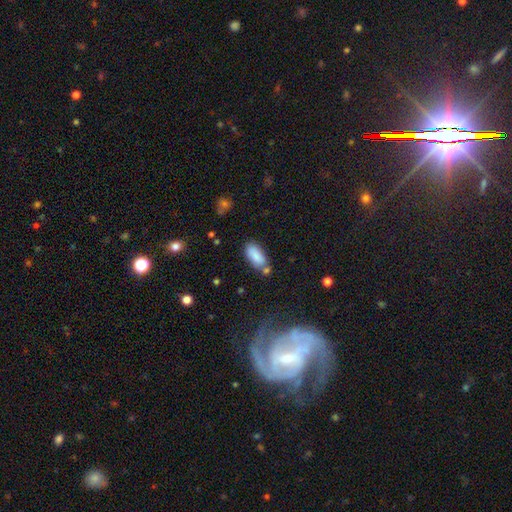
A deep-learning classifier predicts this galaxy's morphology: Smooth or featured?
  - smooth: 85% *
  - star or artifact: 7%
  - featured or disk: 7%
How rounded?
  - in between: 87% *
  - cigar-shaped: 11%
  - round: 2%
Merging?
  - none: 62% *
  - minor disturbance: 18%
  - merger: 16%
  - major disturbance: 5%